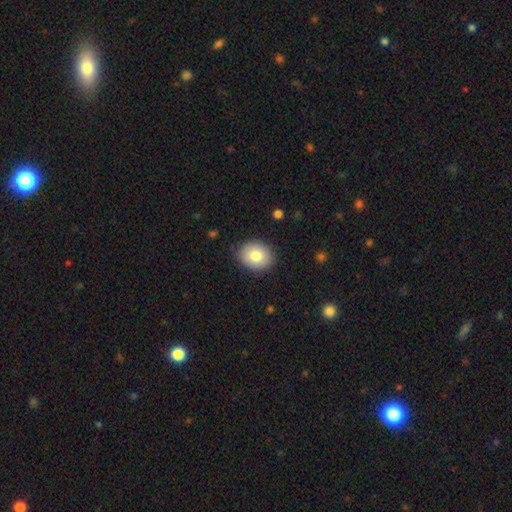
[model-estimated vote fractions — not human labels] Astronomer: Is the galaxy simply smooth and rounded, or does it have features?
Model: smooth — 81%.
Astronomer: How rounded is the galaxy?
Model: round — 55% (runner-up: in between, 45%).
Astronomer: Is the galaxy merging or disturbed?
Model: none — 88%.